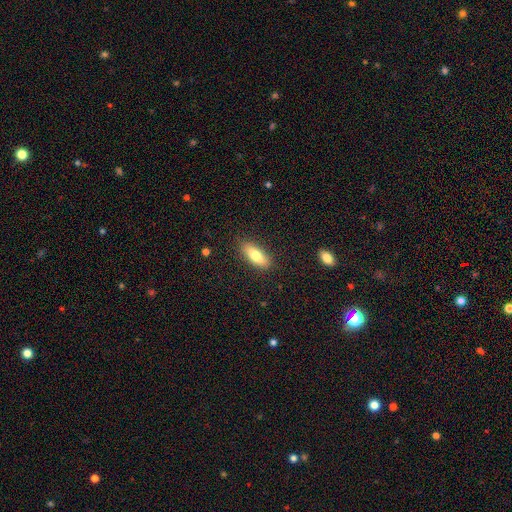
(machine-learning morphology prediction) Smooth or featured? smooth (75%)
How rounded? in between (69%)
Merging? none (87%)